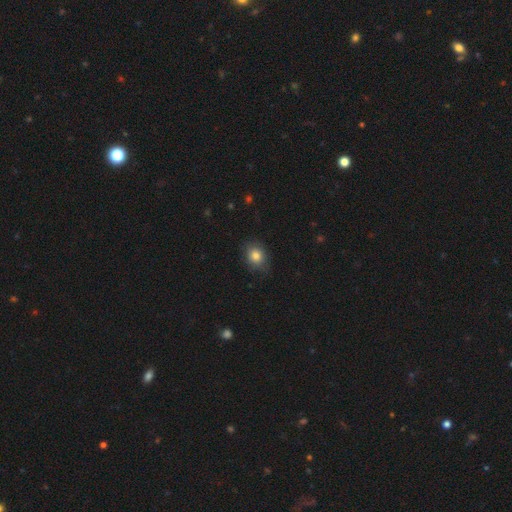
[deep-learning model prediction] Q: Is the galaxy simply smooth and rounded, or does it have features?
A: smooth — 83%.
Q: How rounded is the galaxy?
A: round — 61%.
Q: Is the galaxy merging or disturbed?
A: none — 78%.